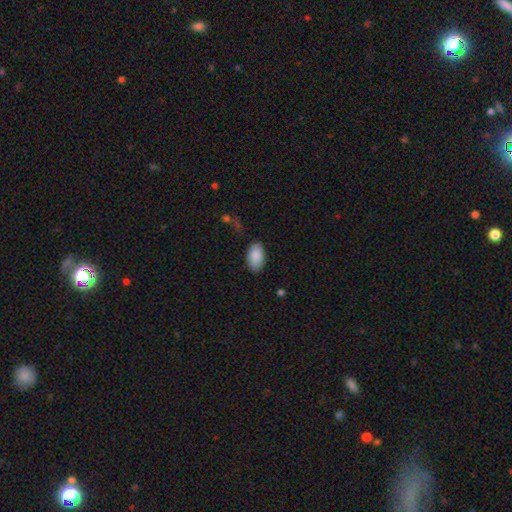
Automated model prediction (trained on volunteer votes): smooth_or_featured: smooth (p=0.89) [alt: star or artifact p=0.06]
how_rounded: in between (p=0.94) [alt: round p=0.04]
merging: none (p=0.84) [alt: minor disturbance p=0.12]